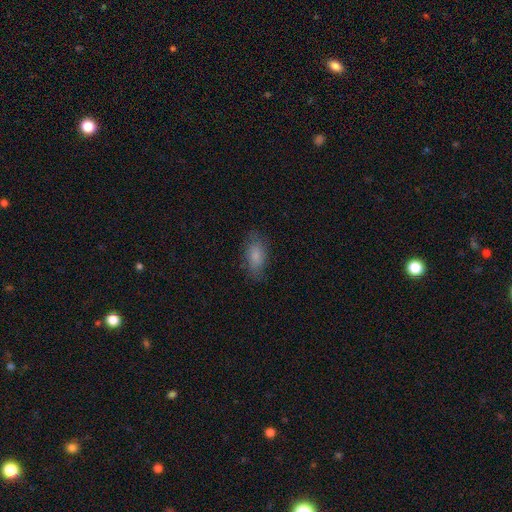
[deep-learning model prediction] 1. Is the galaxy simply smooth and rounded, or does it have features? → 80% smooth, 12% featured or disk, 8% star or artifact.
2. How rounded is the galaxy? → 89% in between, 6% cigar-shaped, 6% round.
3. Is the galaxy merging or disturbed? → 76% none, 18% minor disturbance, 5% major disturbance, 1% merger.